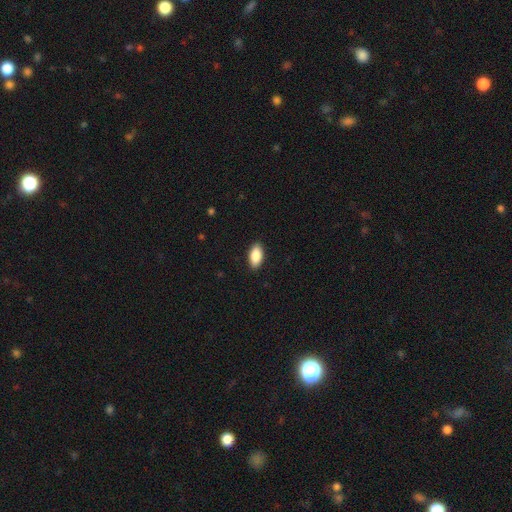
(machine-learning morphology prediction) The model was most divided on "merging": none: 90%, minor disturbance: 8%, major disturbance: 2%, merger: 1%. More confident: how rounded — in between (93%); smooth or featured — smooth (88%).